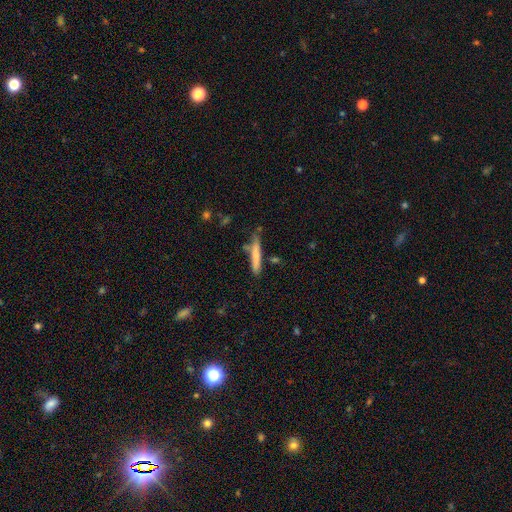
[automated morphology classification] smooth 68%, featured or disk 25%, star or artifact 6%. Down the decision tree: how rounded — cigar-shaped (92%); merging — none (70%).